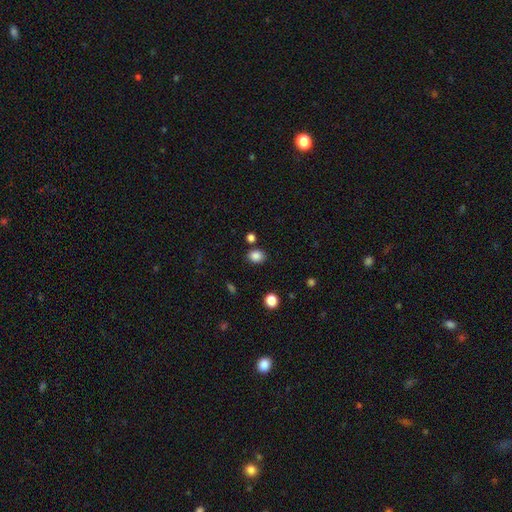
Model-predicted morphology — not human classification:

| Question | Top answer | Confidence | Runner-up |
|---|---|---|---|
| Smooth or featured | smooth | 85% | star or artifact (11%) |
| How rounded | round | 50% | in between (49%) |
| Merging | none | 82% | minor disturbance (10%) |